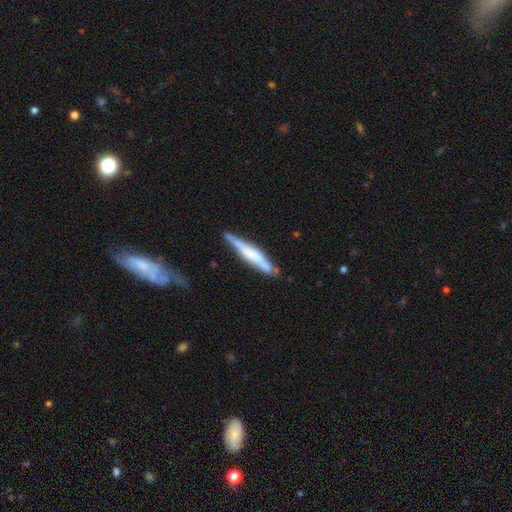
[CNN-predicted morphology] A featured or disk galaxy (53%) viewed edge-on (91%).

Vote fractions:
- Smooth or featured? featured or disk: 53% / smooth: 42% / star or artifact: 5%
- Edge-on disk? yes: 91% / no: 9%
- Merging? none: 70% / minor disturbance: 21% / major disturbance: 5% / merger: 5%